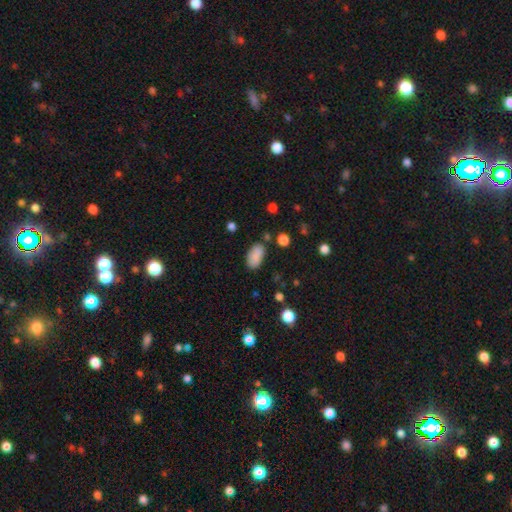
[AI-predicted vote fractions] Smooth or featured?
  - smooth: 87% *
  - star or artifact: 8%
  - featured or disk: 4%
How rounded?
  - in between: 94% *
  - round: 4%
  - cigar-shaped: 3%
Merging?
  - none: 79% *
  - minor disturbance: 14%
  - major disturbance: 4%
  - merger: 3%